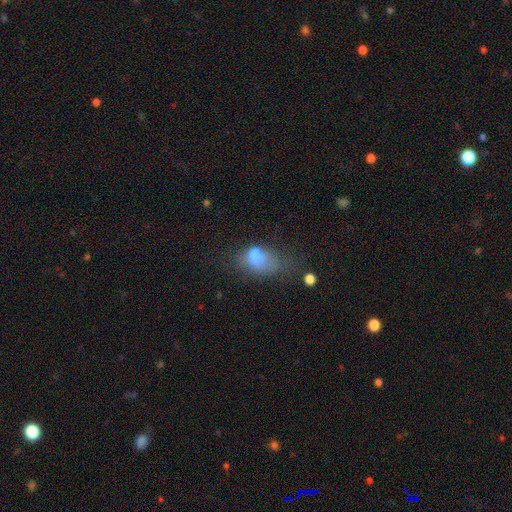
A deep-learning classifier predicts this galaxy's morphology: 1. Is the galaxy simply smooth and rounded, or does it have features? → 69% smooth, 19% featured or disk, 12% star or artifact.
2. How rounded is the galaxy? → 77% in between, 22% round, 2% cigar-shaped.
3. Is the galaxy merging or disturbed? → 41% major disturbance, 26% minor disturbance, 21% none, 13% merger.